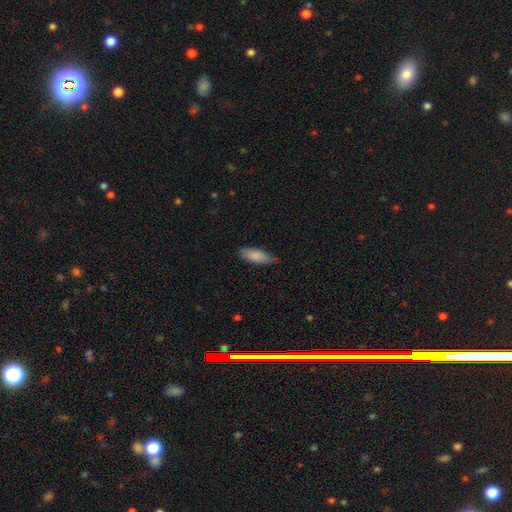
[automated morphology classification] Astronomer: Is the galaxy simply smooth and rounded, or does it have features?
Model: smooth — 86%.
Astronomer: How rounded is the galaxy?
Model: in between — 69%.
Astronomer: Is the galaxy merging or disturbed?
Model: none — 71%.